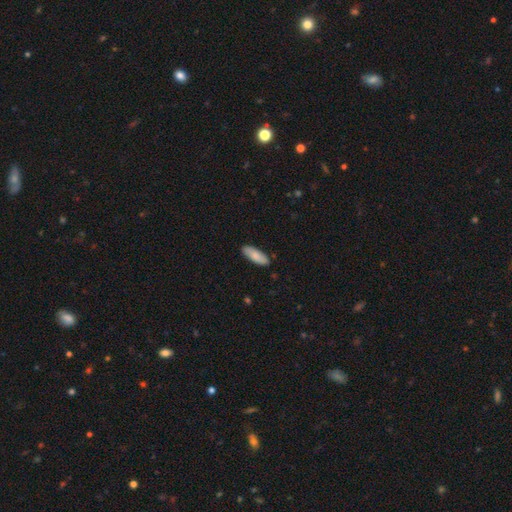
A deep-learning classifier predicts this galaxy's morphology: Smooth or featured? Predicted: smooth (p=0.84). How rounded? Predicted: in between (p=0.63). Merging? Predicted: none (p=0.88).